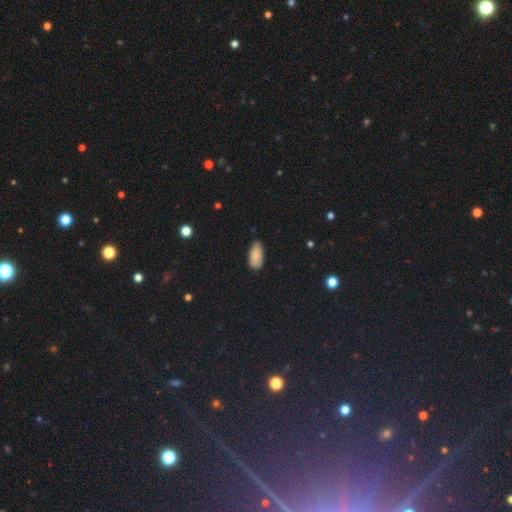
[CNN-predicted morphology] A smooth galaxy with no disk features (85%) that is in between round and cigar-shaped (93%).

Vote fractions:
- Smooth or featured? smooth: 85% / star or artifact: 9% / featured or disk: 6%
- How rounded? in between: 93% / cigar-shaped: 5% / round: 2%
- Merging? none: 69% / minor disturbance: 26% / major disturbance: 3% / merger: 2%